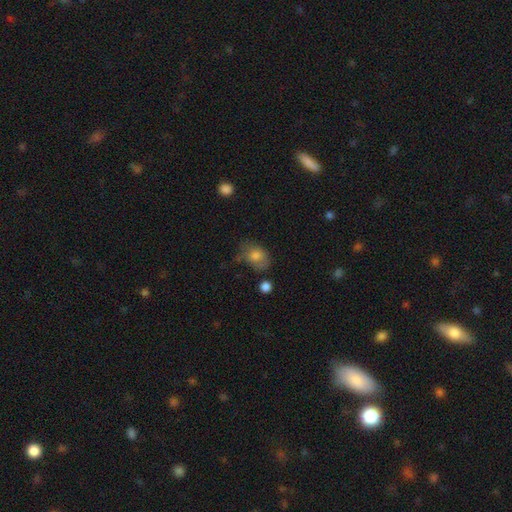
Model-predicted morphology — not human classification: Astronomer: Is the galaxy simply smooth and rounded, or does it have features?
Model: smooth — 76%.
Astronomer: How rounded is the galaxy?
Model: in between — 68%.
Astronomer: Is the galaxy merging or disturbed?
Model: none — 47% (runner-up: minor disturbance, 32%).